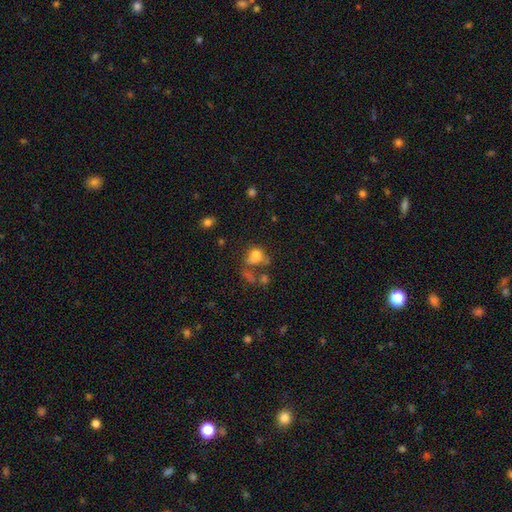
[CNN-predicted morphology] Q: Smooth or featured?
A: smooth (70%); runner-up: featured or disk (15%)
Q: How rounded?
A: round (50%); runner-up: in between (49%)
Q: Merging?
A: none (32%); runner-up: merger (30%)